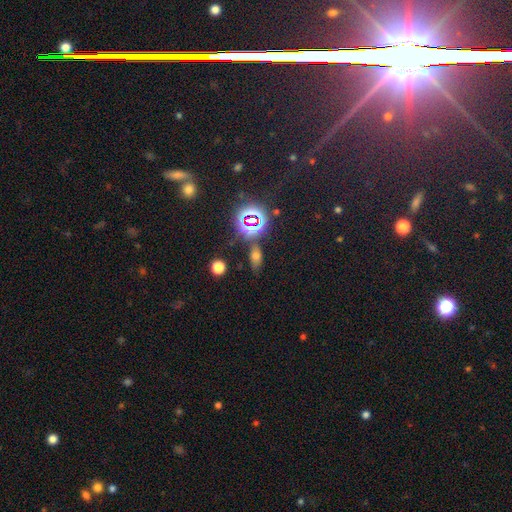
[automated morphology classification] Q: Smooth or featured?
A: smooth (54%); runner-up: star or artifact (35%)
Q: How rounded?
A: in between (76%); runner-up: round (14%)
Q: Merging?
A: none (73%); runner-up: minor disturbance (16%)